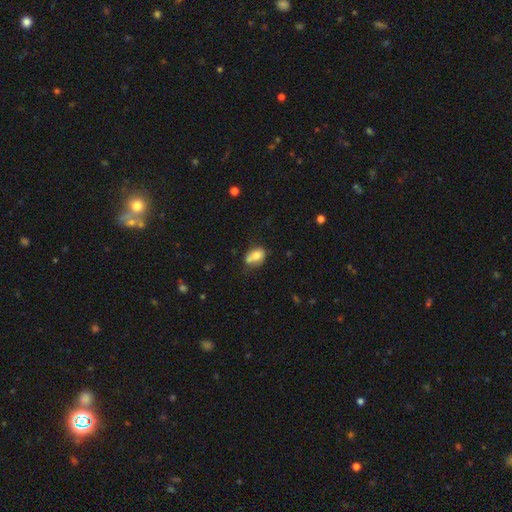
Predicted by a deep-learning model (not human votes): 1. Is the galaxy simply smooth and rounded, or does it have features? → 72% smooth, 18% featured or disk, 10% star or artifact.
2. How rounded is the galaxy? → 69% in between, 29% round, 2% cigar-shaped.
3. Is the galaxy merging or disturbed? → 40% none, 31% merger, 21% minor disturbance, 7% major disturbance.